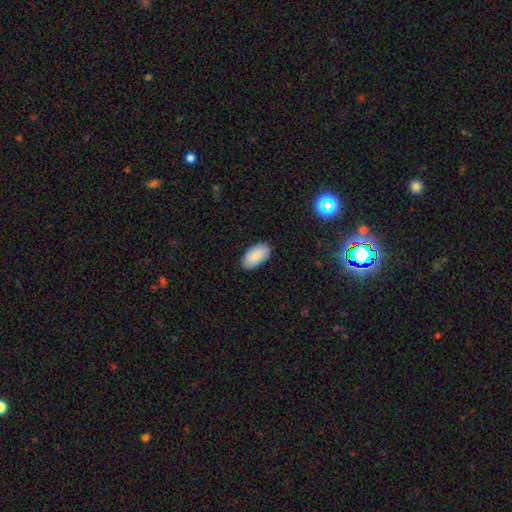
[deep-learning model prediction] Q: Smooth or featured?
A: smooth (88%); runner-up: featured or disk (6%)
Q: How rounded?
A: in between (96%); runner-up: round (2%)
Q: Merging?
A: none (85%); runner-up: minor disturbance (12%)